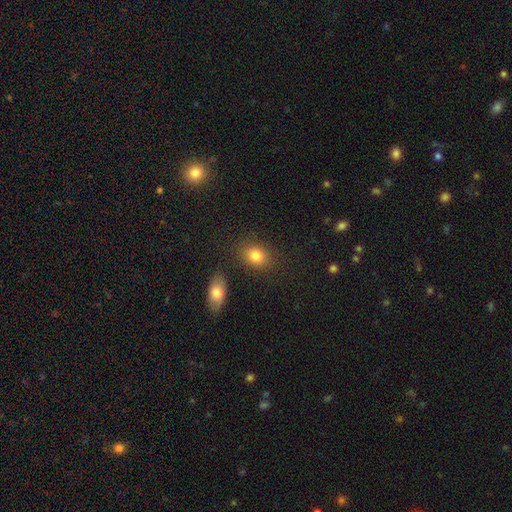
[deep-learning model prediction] This is clearly a smooth galaxy (84%). How rounded: possibly in between (60%). Merging: clearly none (80%).